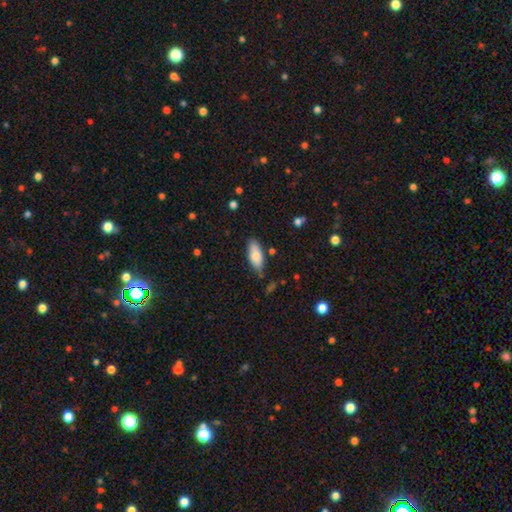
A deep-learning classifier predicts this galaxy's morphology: Overall: smooth (83%). How rounded: in between (82%). Merging: none (77%).